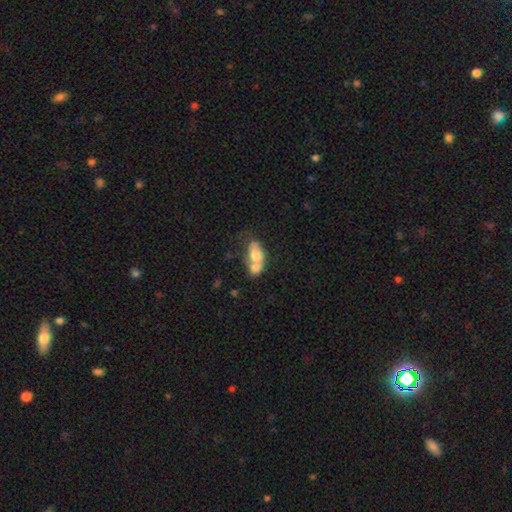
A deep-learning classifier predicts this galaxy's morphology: smooth 67%, featured or disk 26%, star or artifact 8%. Down the decision tree: how rounded — in between (78%); merging — merger (66%).